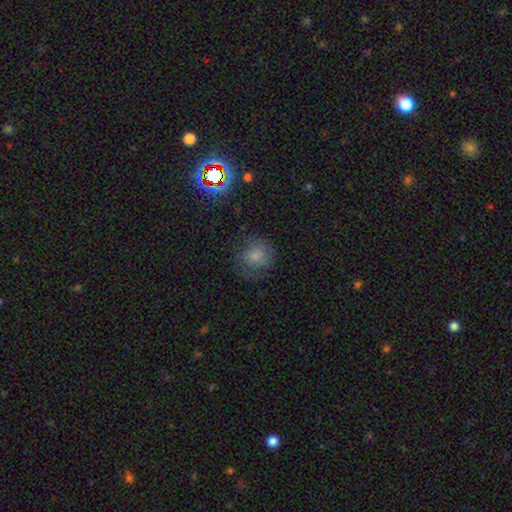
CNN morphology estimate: Q: Smooth or featured?
A: smooth (74%); runner-up: featured or disk (14%)
Q: How rounded?
A: round (83%); runner-up: in between (16%)
Q: Merging?
A: none (67%); runner-up: minor disturbance (21%)